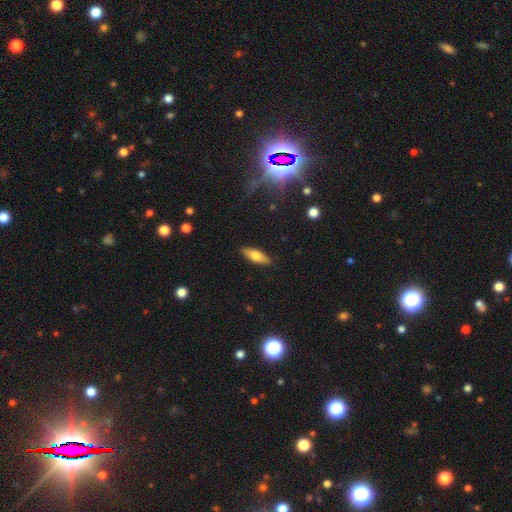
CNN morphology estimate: A smooth galaxy with no disk features (64%) that is in between round and cigar-shaped (59%). Merging: none (88%).